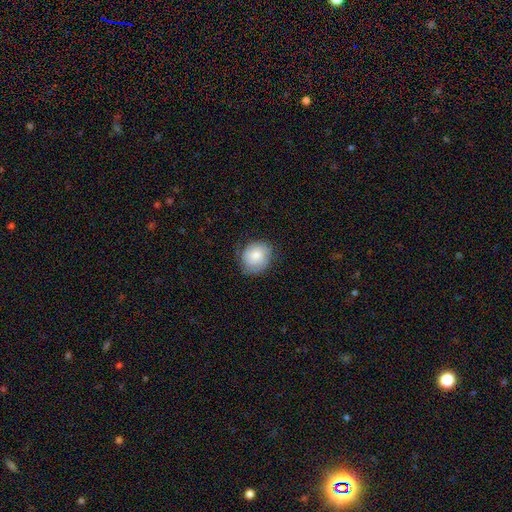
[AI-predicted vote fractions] Smooth or featured? smooth (74%)
How rounded? round (71%)
Merging? none (74%)